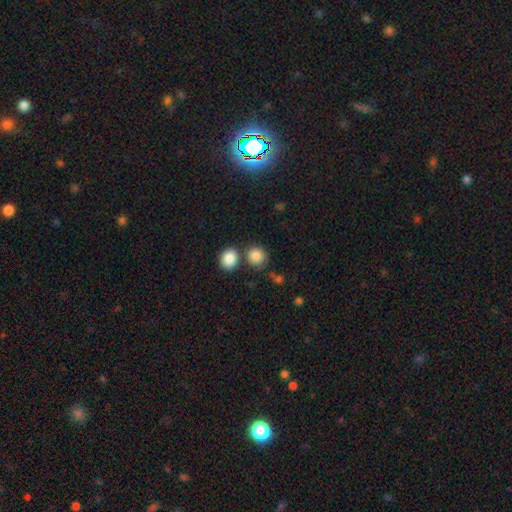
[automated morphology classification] Smooth or featured? smooth (86%)
How rounded? round (82%)
Merging? none (67%)